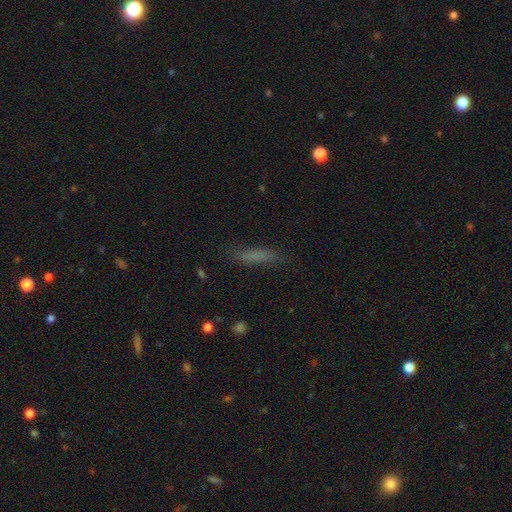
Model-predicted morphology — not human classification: Overall: smooth (72%). How rounded: cigar-shaped (82%). Merging: none (78%).